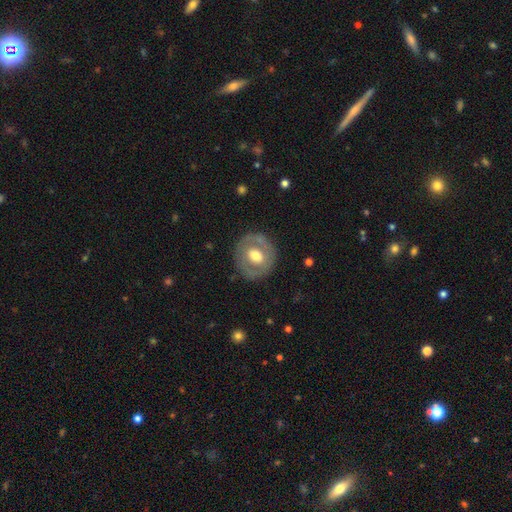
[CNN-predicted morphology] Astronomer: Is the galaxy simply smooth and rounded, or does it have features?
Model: featured or disk — 50% (runner-up: smooth, 45%).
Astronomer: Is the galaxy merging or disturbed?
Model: none — 81%.